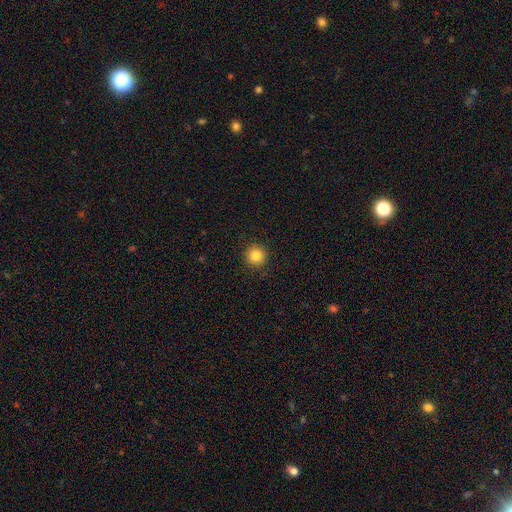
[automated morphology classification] The model was most divided on "smooth or featured": smooth: 84%, star or artifact: 11%, featured or disk: 5%. More confident: how rounded — round (95%); merging — none (92%).